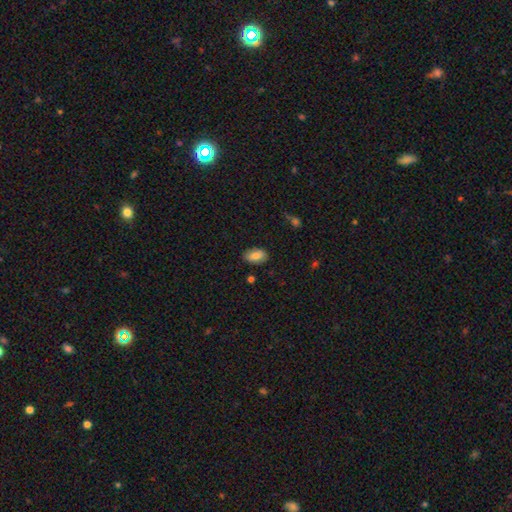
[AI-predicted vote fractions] This appears to be a smooth galaxy with no disk features (81%) that is in between round and cigar-shaped (92%). Merging: none (84%).